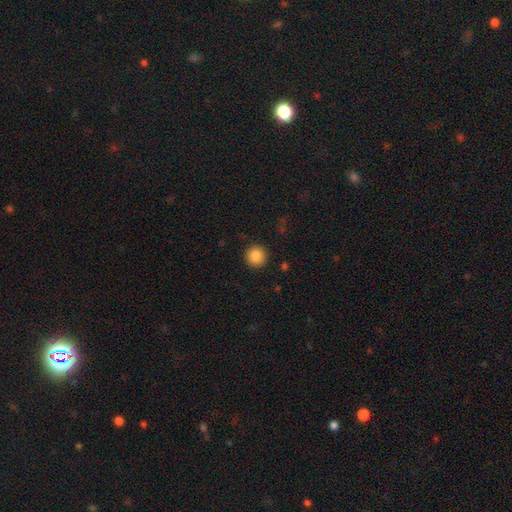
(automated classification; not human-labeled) Morphology: type=smooth (86%); roundness=round (95%); merging=none (92%).